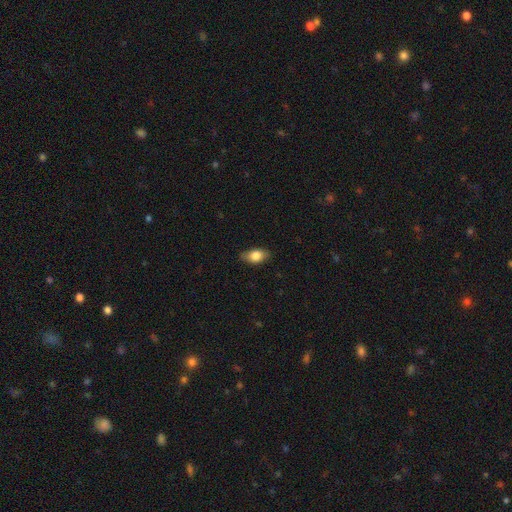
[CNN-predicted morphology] The model was most divided on "merging": none: 81%, minor disturbance: 15%, major disturbance: 3%, merger: 1%. More confident: how rounded — in between (86%); smooth or featured — smooth (80%).